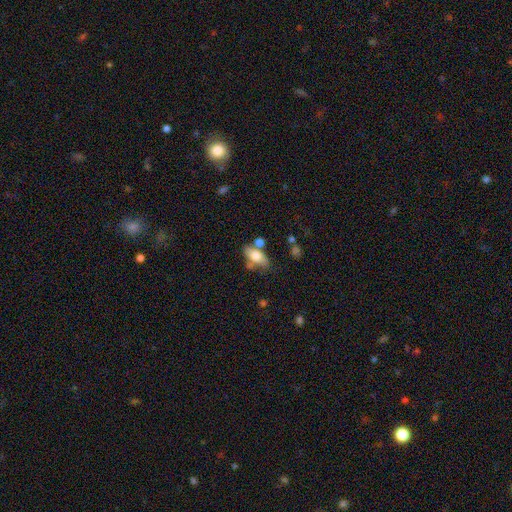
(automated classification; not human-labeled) Smooth or featured? smooth (69%)
How rounded? in between (86%)
Merging? none (53%)